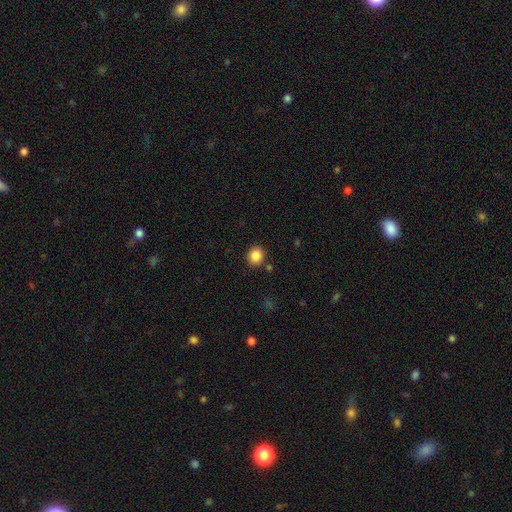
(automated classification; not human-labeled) smooth-or-featured: smooth: 86% | star or artifact: 10% | featured or disk: 4%
  how-rounded: round: 80% | in between: 19% | cigar-shaped: 1%
  merging: none: 86% | minor disturbance: 8% | merger: 4% | major disturbance: 3%